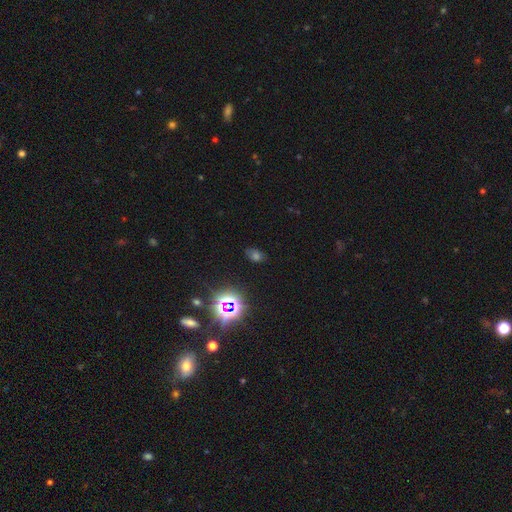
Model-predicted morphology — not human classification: This appears to be a star or artifact, not a galaxy (51%).